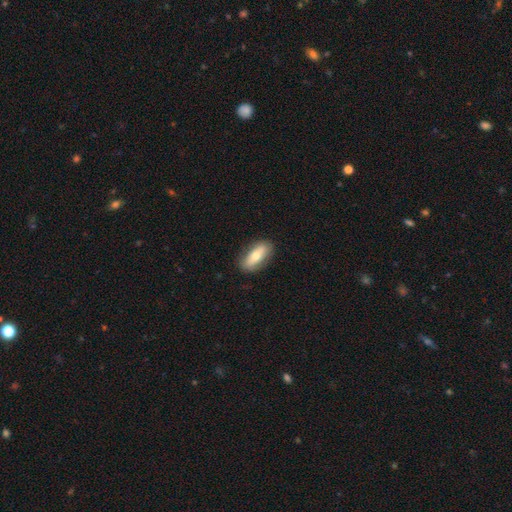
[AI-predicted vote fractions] smooth 65%, featured or disk 29%, star or artifact 6%. Down the decision tree: how rounded — in between (80%); merging — none (84%).